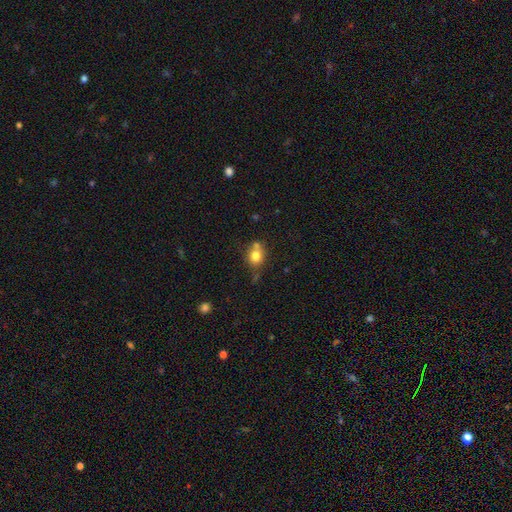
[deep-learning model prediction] Smooth or featured?
  - smooth: 78% *
  - featured or disk: 11%
  - star or artifact: 11%
How rounded?
  - round: 61% *
  - in between: 38%
  - cigar-shaped: 1%
Merging?
  - none: 53% *
  - merger: 26%
  - minor disturbance: 16%
  - major disturbance: 5%